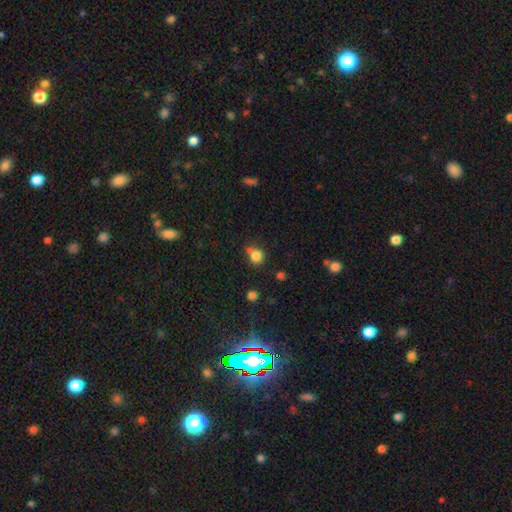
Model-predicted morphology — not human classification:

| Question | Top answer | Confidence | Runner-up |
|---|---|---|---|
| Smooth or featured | smooth | 82% | star or artifact (12%) |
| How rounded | round | 80% | in between (19%) |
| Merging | none | 59% | merger (19%) |